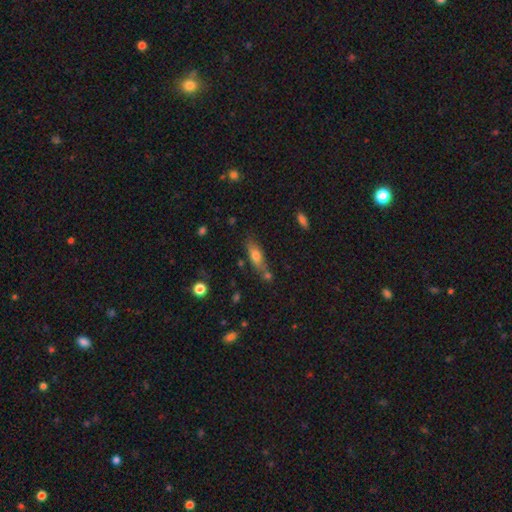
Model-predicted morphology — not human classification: This appears to be a smooth galaxy with no disk features (65%) that is in between round and cigar-shaped (56%). Merging: none (59%).